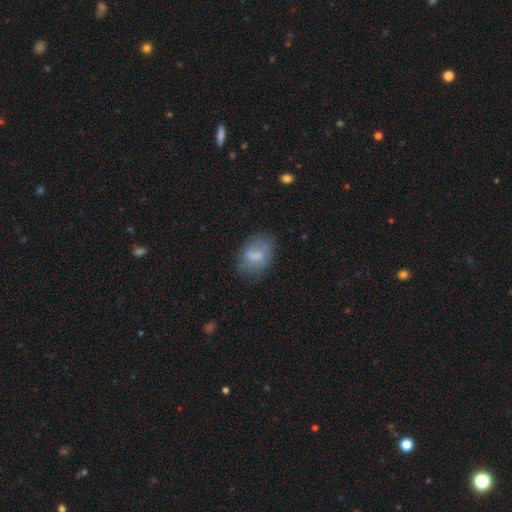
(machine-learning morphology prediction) Q: Smooth or featured?
A: smooth (63%); runner-up: featured or disk (28%)
Q: How rounded?
A: in between (80%); runner-up: round (18%)
Q: Merging?
A: none (64%); runner-up: minor disturbance (24%)